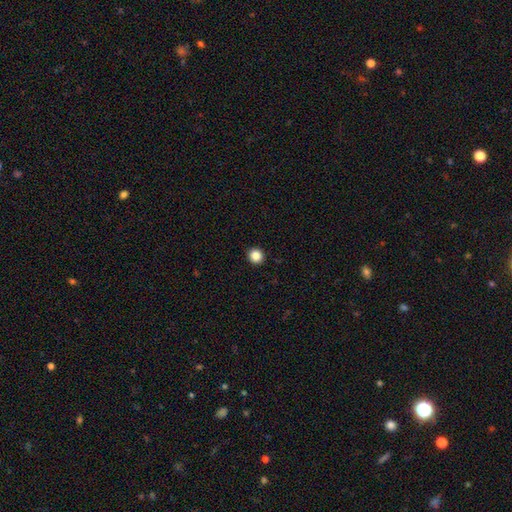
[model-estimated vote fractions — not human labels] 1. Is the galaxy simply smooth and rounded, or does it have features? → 85% smooth, 11% star or artifact, 4% featured or disk.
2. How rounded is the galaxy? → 93% round, 6% in between, 1% cigar-shaped.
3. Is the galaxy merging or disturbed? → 94% none, 4% minor disturbance, 1% major disturbance, 1% merger.